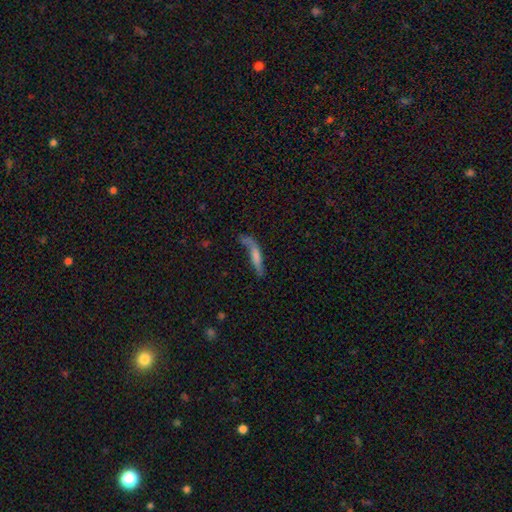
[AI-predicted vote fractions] This appears to be a smooth galaxy with no disk features (55%) that is cigar-shaped (80%). Merging: none (39%).